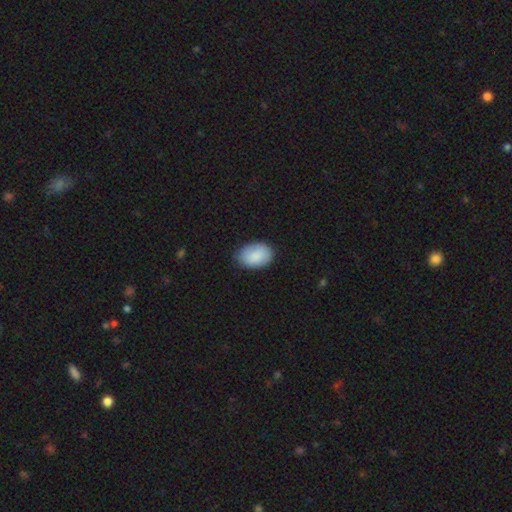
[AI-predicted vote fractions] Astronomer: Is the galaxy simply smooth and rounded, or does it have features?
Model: smooth — 88%.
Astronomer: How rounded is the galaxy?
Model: in between — 83%.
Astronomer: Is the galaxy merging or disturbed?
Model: none — 77%.